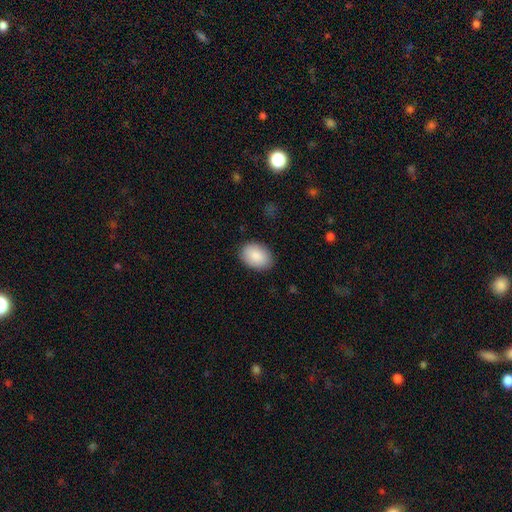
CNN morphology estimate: smooth-or-featured: smooth: 89% | star or artifact: 6% | featured or disk: 5%
  how-rounded: in between: 82% | round: 17% | cigar-shaped: 1%
  merging: none: 88% | minor disturbance: 9% | major disturbance: 2% | merger: 1%